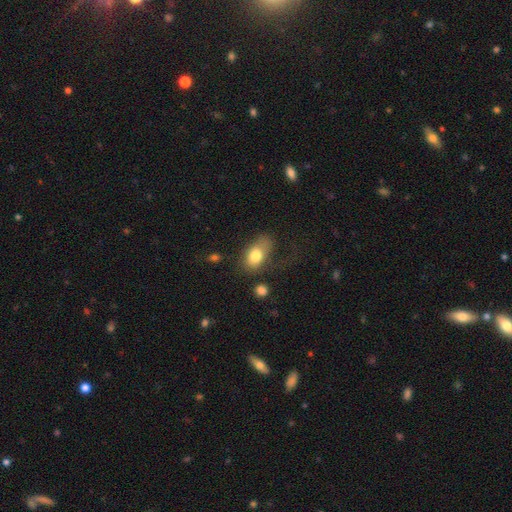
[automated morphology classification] smooth-or-featured: smooth: 78% | featured or disk: 14% | star or artifact: 8%
  how-rounded: in between: 85% | round: 13% | cigar-shaped: 2%
  merging: none: 41% | major disturbance: 28% | minor disturbance: 27% | merger: 5%